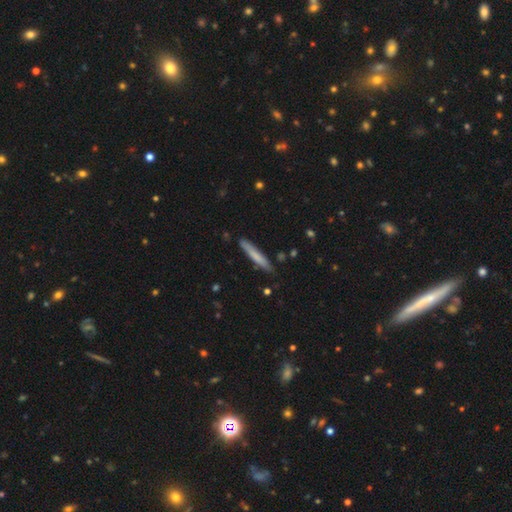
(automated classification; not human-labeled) Smooth or featured? Predicted: smooth (p=0.71). How rounded? Predicted: cigar-shaped (p=0.95). Merging? Predicted: none (p=0.85).